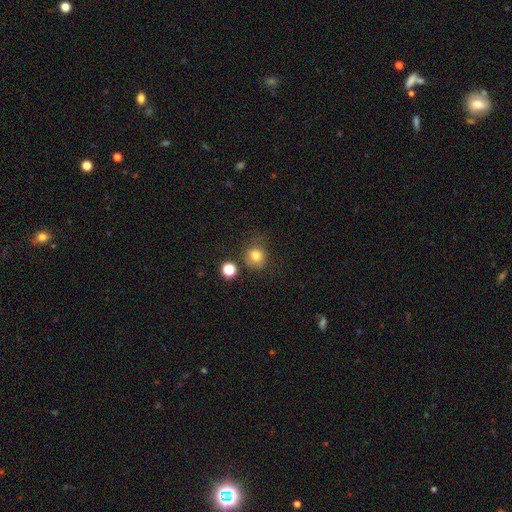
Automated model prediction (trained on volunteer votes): A smooth galaxy with no disk features (78%) that is round (80%).

Vote fractions:
- Smooth or featured? smooth: 78% / star or artifact: 13% / featured or disk: 9%
- How rounded? round: 80% / in between: 19% / cigar-shaped: 1%
- Merging? none: 65% / minor disturbance: 20% / merger: 8% / major disturbance: 8%